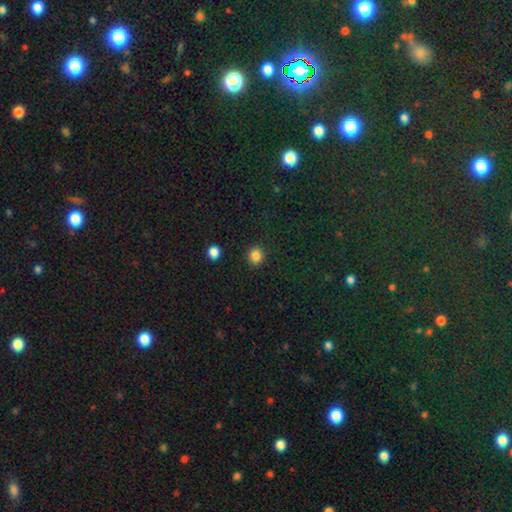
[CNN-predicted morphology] Overall: smooth (84%). How rounded: round (84%). Merging: none (90%).